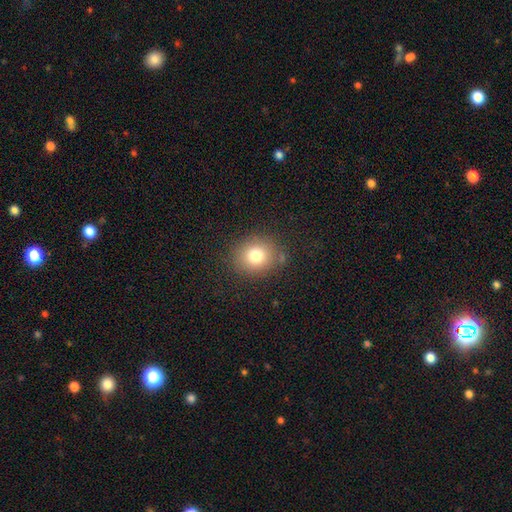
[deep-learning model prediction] Smooth or featured?
  - smooth: 78% *
  - star or artifact: 13%
  - featured or disk: 9%
How rounded?
  - round: 75% *
  - in between: 25%
  - cigar-shaped: 1%
Merging?
  - none: 83% *
  - minor disturbance: 11%
  - major disturbance: 4%
  - merger: 2%